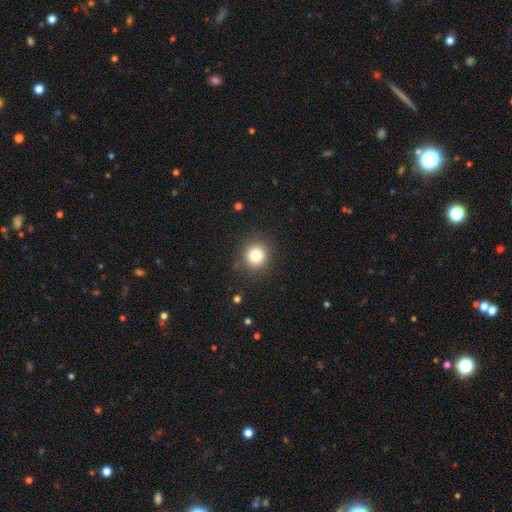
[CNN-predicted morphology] This is clearly a smooth galaxy (81%). How rounded: clearly round (91%). Merging: clearly none (88%).